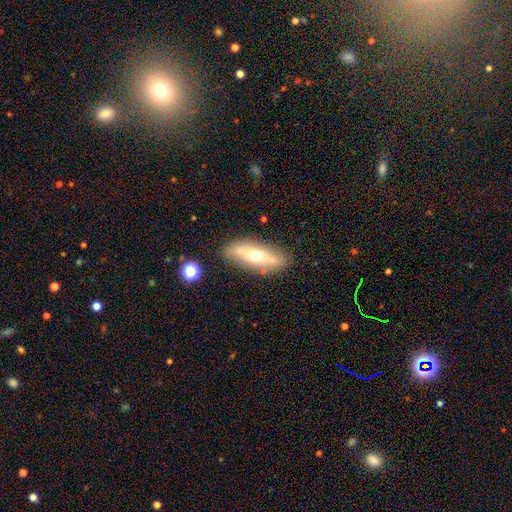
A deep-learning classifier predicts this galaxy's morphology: The model was most divided on "smooth or featured": featured or disk: 48%, smooth: 45%, star or artifact: 7%. More confident: merging — none (81%).